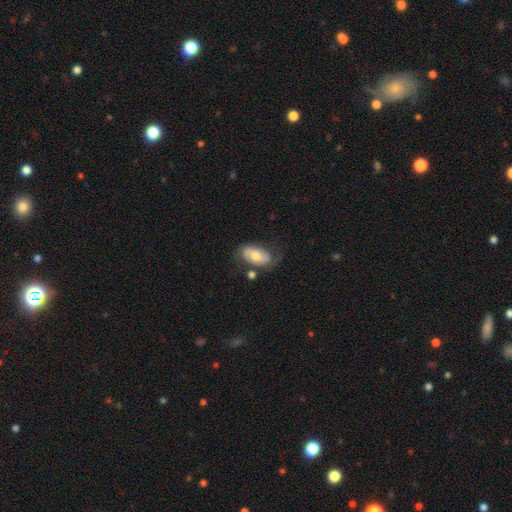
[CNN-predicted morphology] Smooth or featured? Predicted: featured or disk (p=0.52). Edge-on disk? Predicted: no (p=0.93). Merging? Predicted: none (p=0.53).